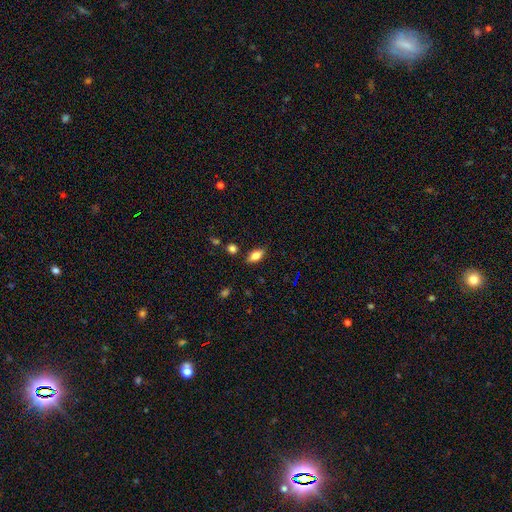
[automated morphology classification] A smooth galaxy with no disk features (76%) that is in between round and cigar-shaped (87%).

Vote fractions:
- Smooth or featured? smooth: 76% / featured or disk: 15% / star or artifact: 9%
- How rounded? in between: 87% / cigar-shaped: 9% / round: 4%
- Merging? none: 84% / minor disturbance: 11% / major disturbance: 3% / merger: 2%